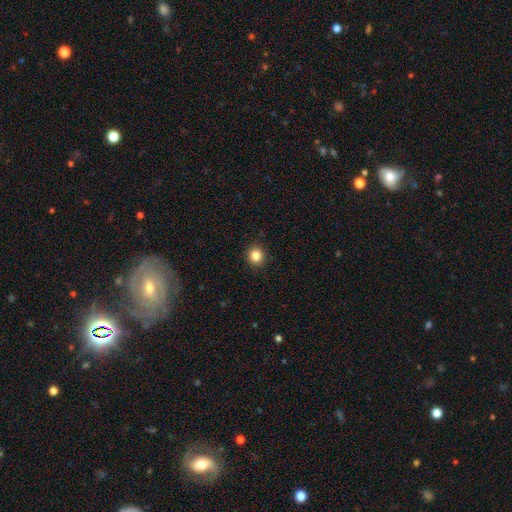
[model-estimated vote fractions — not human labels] smooth_or_featured: smooth (p=0.85) [alt: star or artifact p=0.11]
how_rounded: round (p=0.87) [alt: in between p=0.12]
merging: none (p=0.91) [alt: minor disturbance p=0.06]